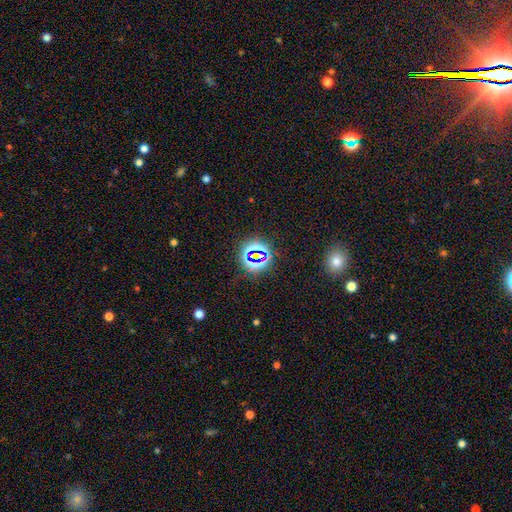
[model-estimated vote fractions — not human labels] Smooth or featured? Predicted: star or artifact (p=0.73).